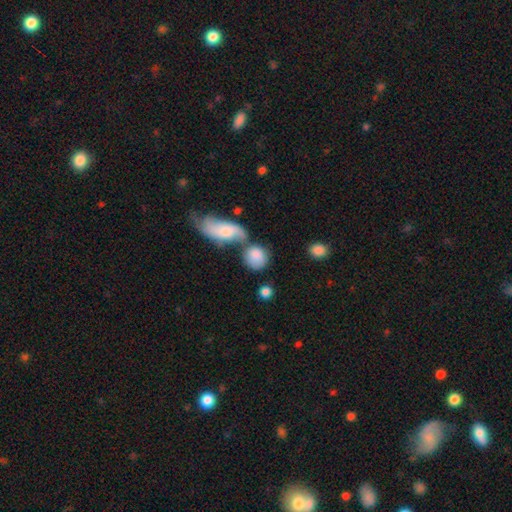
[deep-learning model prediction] This is clearly a smooth galaxy (83%). How rounded: likely round (70%). Merging: marginally none (40%).